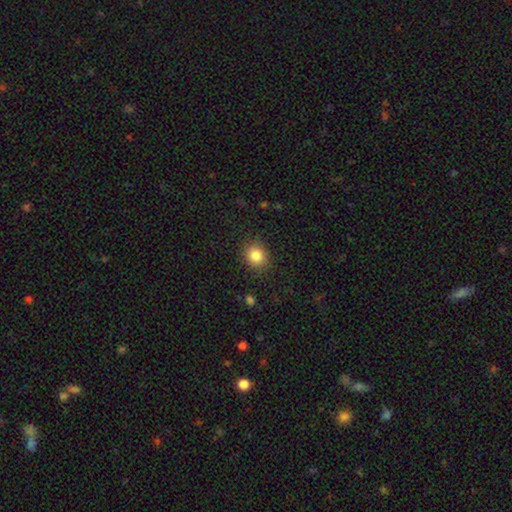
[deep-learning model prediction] Smooth or featured?
  - smooth: 84% *
  - star or artifact: 10%
  - featured or disk: 6%
How rounded?
  - round: 79% *
  - in between: 21%
  - cigar-shaped: 1%
Merging?
  - none: 87% *
  - minor disturbance: 9%
  - major disturbance: 3%
  - merger: 1%